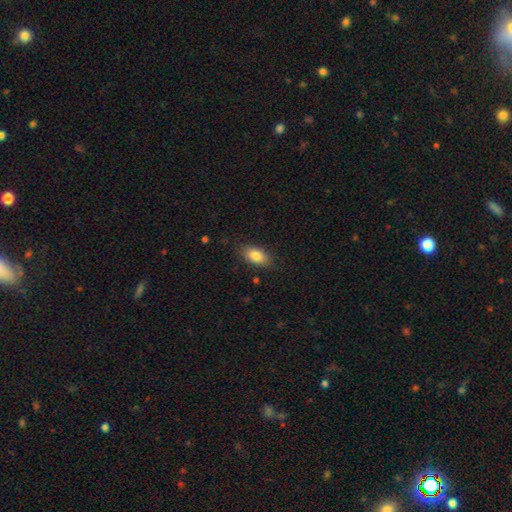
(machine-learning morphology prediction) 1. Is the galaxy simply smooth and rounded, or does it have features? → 84% smooth, 9% featured or disk, 7% star or artifact.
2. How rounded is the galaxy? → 91% in between, 5% round, 4% cigar-shaped.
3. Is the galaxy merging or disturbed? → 84% none, 12% minor disturbance, 3% major disturbance, 1% merger.